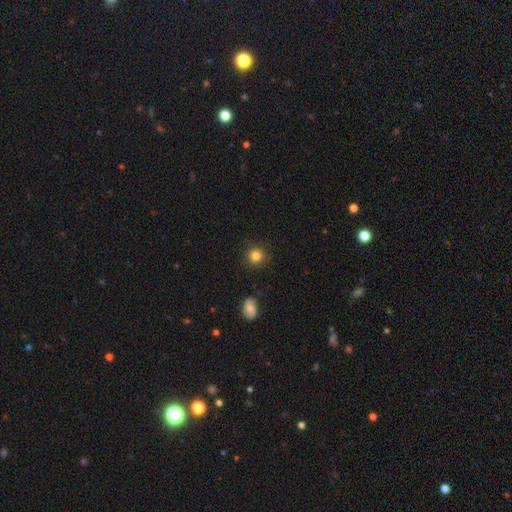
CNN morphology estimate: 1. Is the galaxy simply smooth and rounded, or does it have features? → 83% smooth, 11% star or artifact, 6% featured or disk.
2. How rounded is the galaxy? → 92% round, 7% in between, 1% cigar-shaped.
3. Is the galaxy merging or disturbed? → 88% none, 8% minor disturbance, 2% major disturbance, 2% merger.